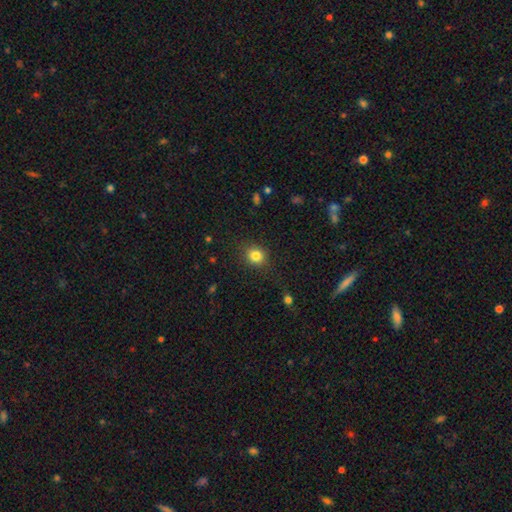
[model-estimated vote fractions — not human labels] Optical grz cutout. It shows a smooth galaxy with no disk features (83%) that is round (79%). Merging: none (85%).